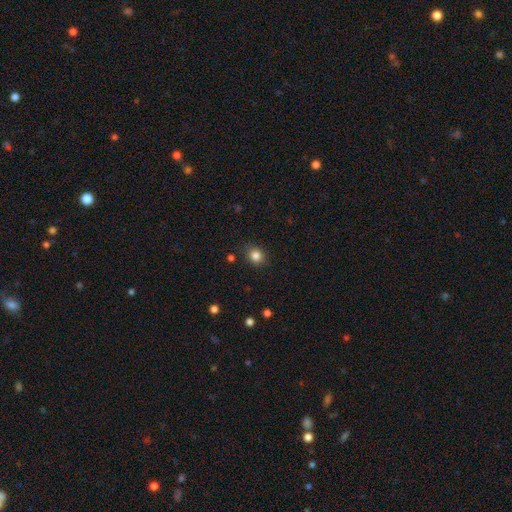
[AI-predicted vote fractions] A smooth galaxy with no disk features (84%) that is round (76%).

Vote fractions:
- Smooth or featured? smooth: 84% / star or artifact: 12% / featured or disk: 5%
- How rounded? round: 76% / in between: 23% / cigar-shaped: 1%
- Merging? none: 86% / minor disturbance: 10% / major disturbance: 3% / merger: 2%